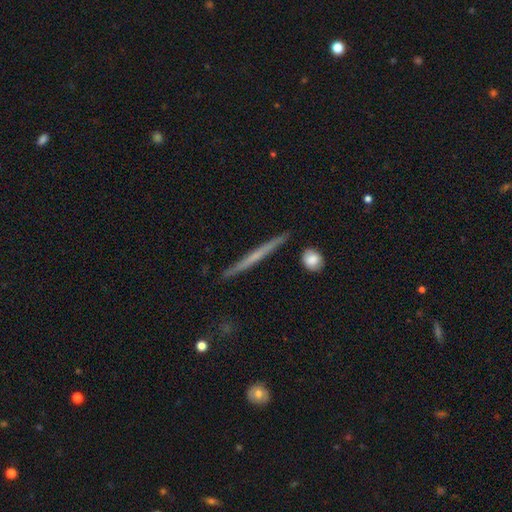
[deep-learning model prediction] This appears to be a featured or disk galaxy (59%) viewed edge-on (97%) with no central bulge (78%). Merging: none (91%).